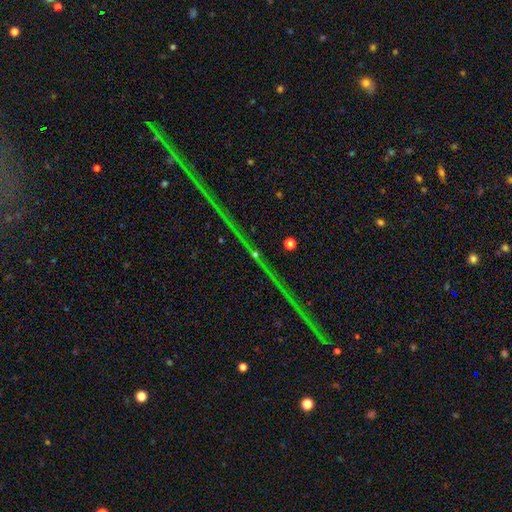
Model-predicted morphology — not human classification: This appears to be a star or artifact, not a galaxy (85%).